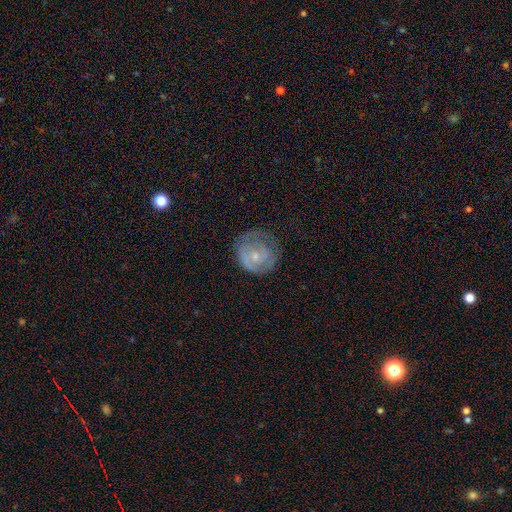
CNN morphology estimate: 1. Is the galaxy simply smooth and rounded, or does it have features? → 61% featured or disk, 32% smooth, 7% star or artifact.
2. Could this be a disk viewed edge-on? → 97% no, 3% yes.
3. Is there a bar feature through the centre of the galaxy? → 69% no, 26% weak, 5% strong.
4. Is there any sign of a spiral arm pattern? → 77% yes, 23% no.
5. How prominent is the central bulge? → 64% small, 30% moderate, 4% none, 1% large, 1% dominant.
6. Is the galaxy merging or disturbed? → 62% none, 24% minor disturbance, 13% major disturbance, 1% merger.